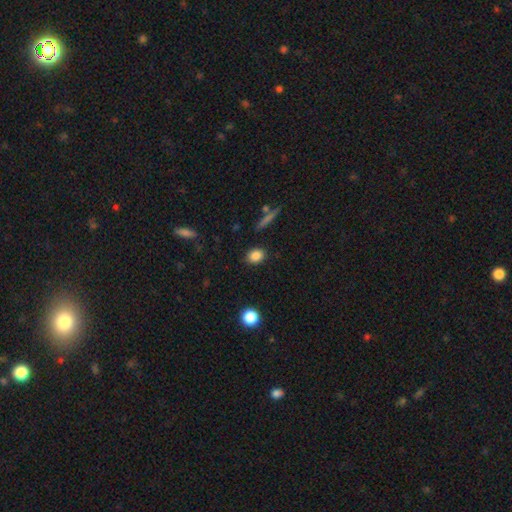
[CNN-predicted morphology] Smooth or featured: smooth — 85% (star or artifact — 10%)
How rounded: round — 53% (in between — 45%)
Merging: none — 87% (minor disturbance — 9%)